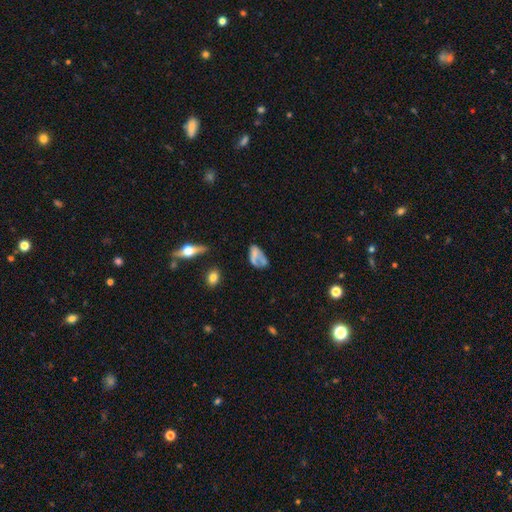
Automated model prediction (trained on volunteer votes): Morphology: type=smooth (51%); roundness=in between (86%); merging=none (33%).